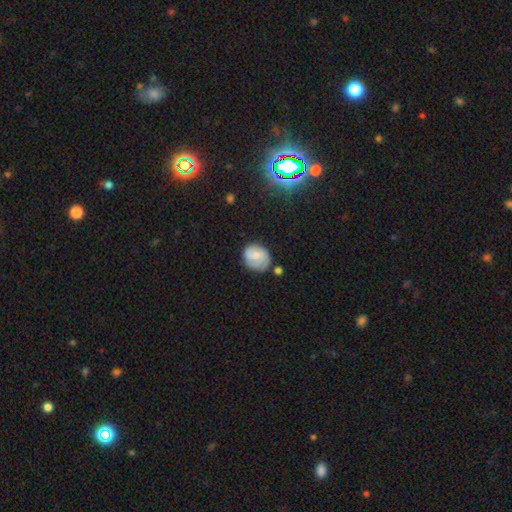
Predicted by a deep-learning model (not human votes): A smooth galaxy with no disk features (51%) that is round (69%).

Vote fractions:
- Smooth or featured? smooth: 51% / featured or disk: 40% / star or artifact: 8%
- How rounded? round: 69% / in between: 29% / cigar-shaped: 1%
- Merging? none: 65% / minor disturbance: 23% / major disturbance: 7% / merger: 4%